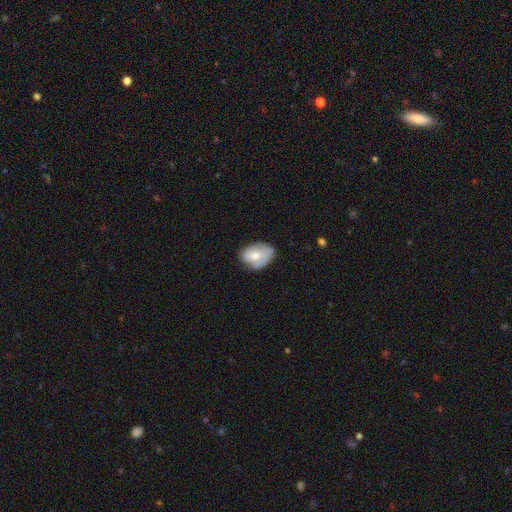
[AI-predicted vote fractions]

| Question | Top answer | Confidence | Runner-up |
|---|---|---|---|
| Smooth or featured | featured or disk | 47% | smooth (46%) |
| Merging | none | 58% | minor disturbance (30%) |